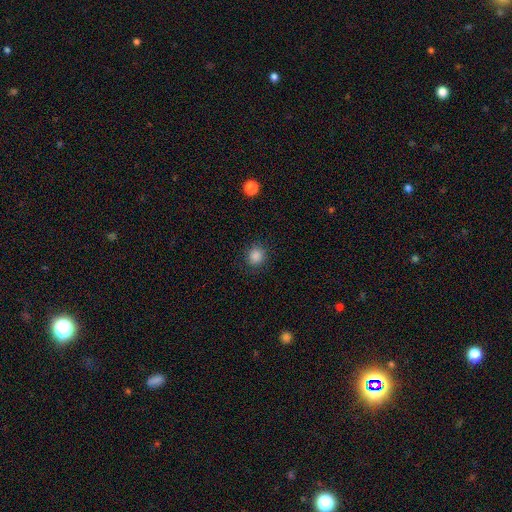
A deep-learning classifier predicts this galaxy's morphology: Smooth or featured: smooth — 86% (star or artifact — 11%)
How rounded: round — 83% (in between — 16%)
Merging: none — 88% (minor disturbance — 8%)